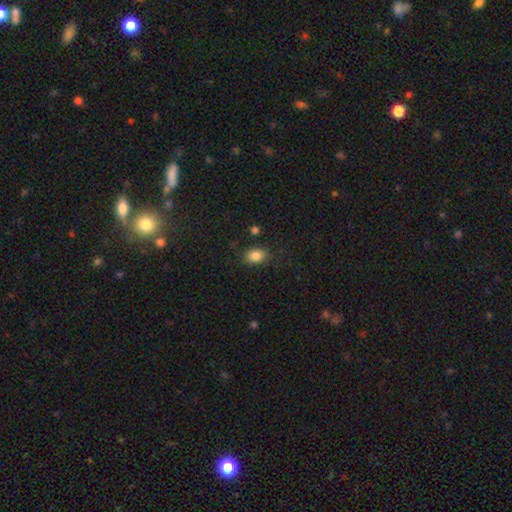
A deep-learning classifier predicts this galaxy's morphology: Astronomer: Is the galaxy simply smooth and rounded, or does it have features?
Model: smooth — 85%.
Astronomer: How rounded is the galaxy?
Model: in between — 64%.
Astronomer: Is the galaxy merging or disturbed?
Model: none — 83%.